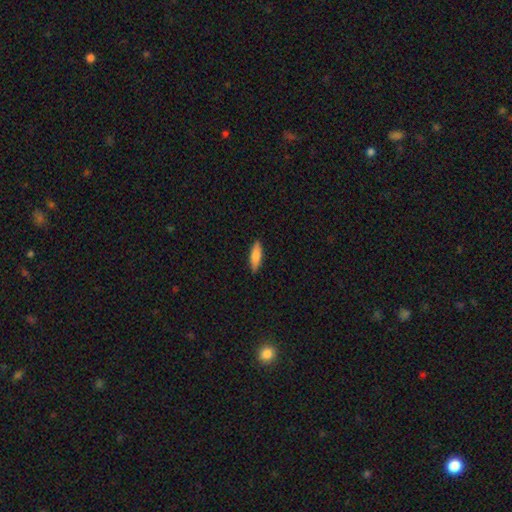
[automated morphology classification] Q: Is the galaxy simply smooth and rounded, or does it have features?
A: smooth — 82%.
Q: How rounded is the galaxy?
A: in between — 51%.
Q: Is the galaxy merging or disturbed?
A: none — 88%.